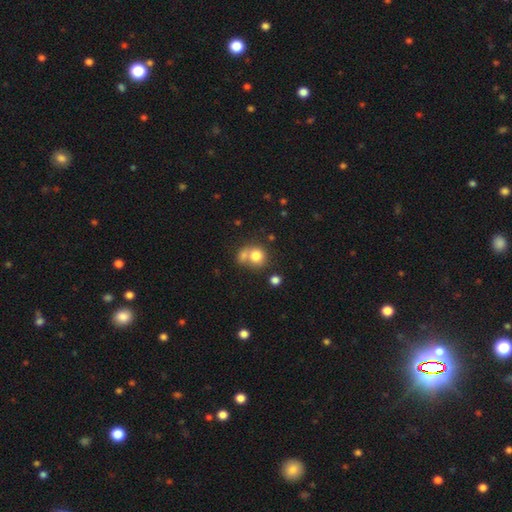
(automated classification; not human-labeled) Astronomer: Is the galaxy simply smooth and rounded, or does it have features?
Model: smooth — 77%.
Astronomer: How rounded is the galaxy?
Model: round — 80%.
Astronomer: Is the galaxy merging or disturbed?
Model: merger — 44% (runner-up: none, 40%).